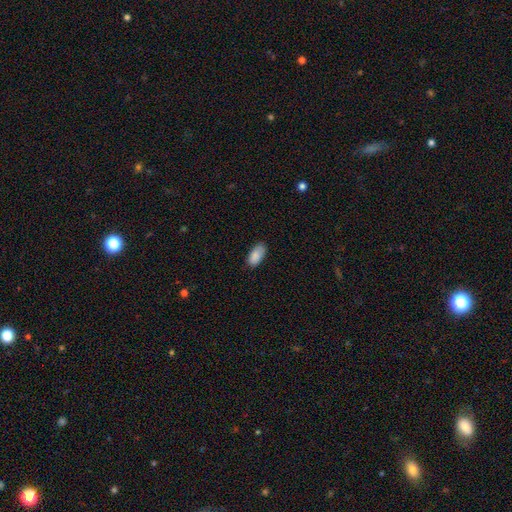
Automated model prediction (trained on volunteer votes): Overall: smooth (88%). How rounded: in between (93%). Merging: none (81%).